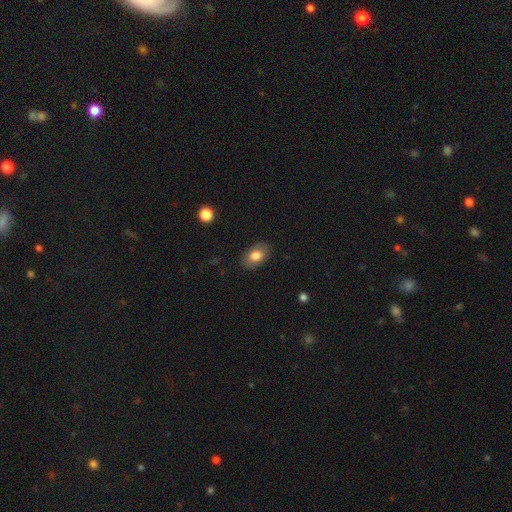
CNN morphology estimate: Overall: smooth (77%). How rounded: in between (88%). Merging: none (84%).